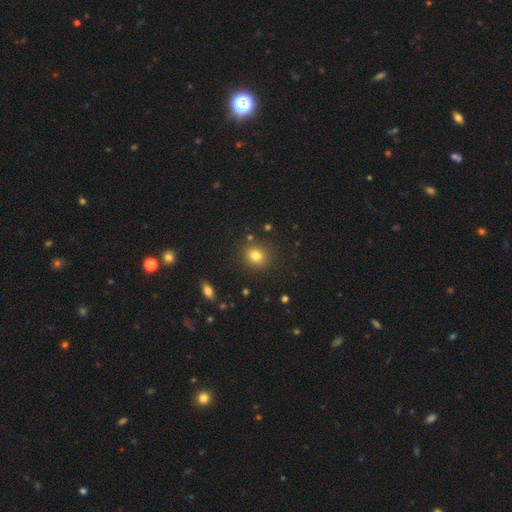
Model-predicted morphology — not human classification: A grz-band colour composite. It shows a smooth galaxy with no disk features (80%) that is round (83%). Merging: none (87%).